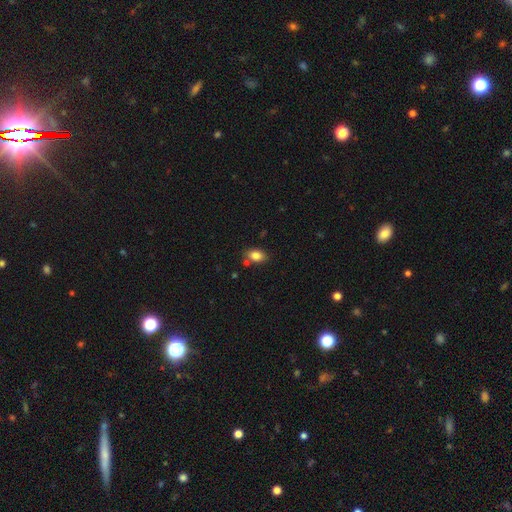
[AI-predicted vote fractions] smooth_or_featured: smooth (p=0.83) [alt: star or artifact p=0.09]
how_rounded: in between (p=0.84) [alt: round p=0.14]
merging: none (p=0.74) [alt: minor disturbance p=0.14]